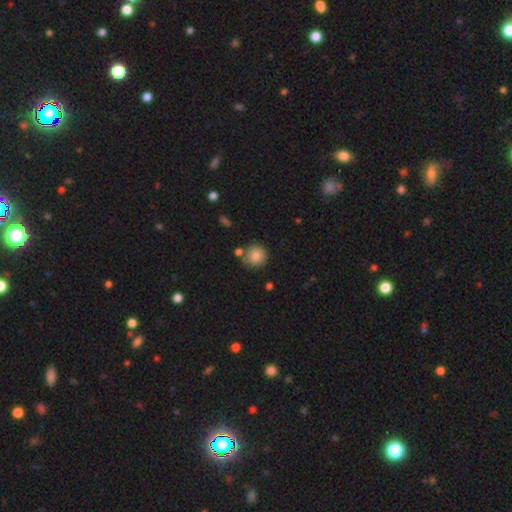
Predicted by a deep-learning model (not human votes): Smooth or featured: smooth — 84% (star or artifact — 9%)
How rounded: round — 92% (in between — 7%)
Merging: none — 76% (minor disturbance — 11%)